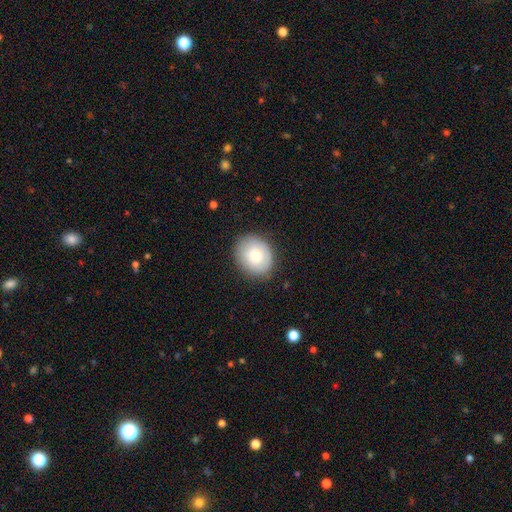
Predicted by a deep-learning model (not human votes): A smooth galaxy with no disk features (75%) that is round (59%).

Vote fractions:
- Smooth or featured? smooth: 75% / featured or disk: 17% / star or artifact: 7%
- How rounded? round: 59% / in between: 41% / cigar-shaped: 1%
- Merging? none: 83% / minor disturbance: 13% / major disturbance: 3% / merger: 1%